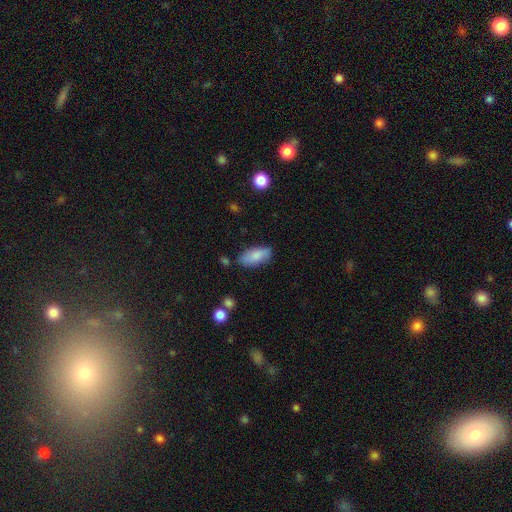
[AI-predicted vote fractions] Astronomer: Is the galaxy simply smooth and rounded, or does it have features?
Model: smooth — 83%.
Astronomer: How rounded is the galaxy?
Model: in between — 85%.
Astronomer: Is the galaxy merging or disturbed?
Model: none — 78%.